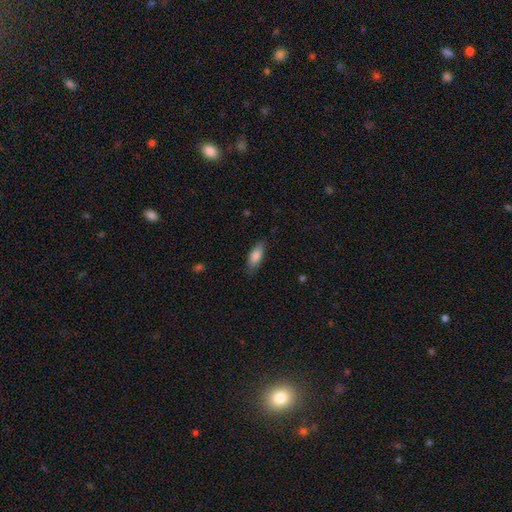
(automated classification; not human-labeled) Smooth or featured?
  - smooth: 83% *
  - featured or disk: 11%
  - star or artifact: 6%
How rounded?
  - in between: 76% *
  - cigar-shaped: 22%
  - round: 2%
Merging?
  - none: 81% *
  - minor disturbance: 15%
  - major disturbance: 3%
  - merger: 1%